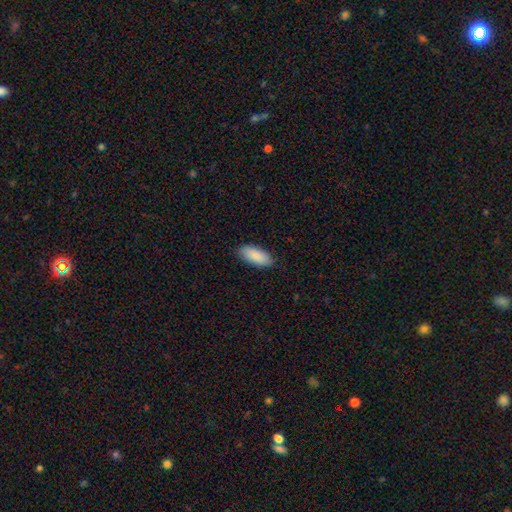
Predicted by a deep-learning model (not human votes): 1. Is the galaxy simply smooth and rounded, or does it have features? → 88% smooth, 6% featured or disk, 6% star or artifact.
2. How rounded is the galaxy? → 86% in between, 13% cigar-shaped, 2% round.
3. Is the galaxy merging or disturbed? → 86% none, 11% minor disturbance, 2% major disturbance, 1% merger.